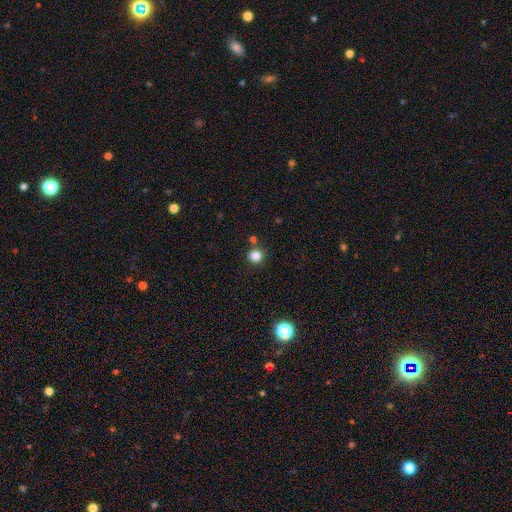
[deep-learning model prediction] Overall: smooth (83%). How rounded: round (93%). Merging: none (81%).